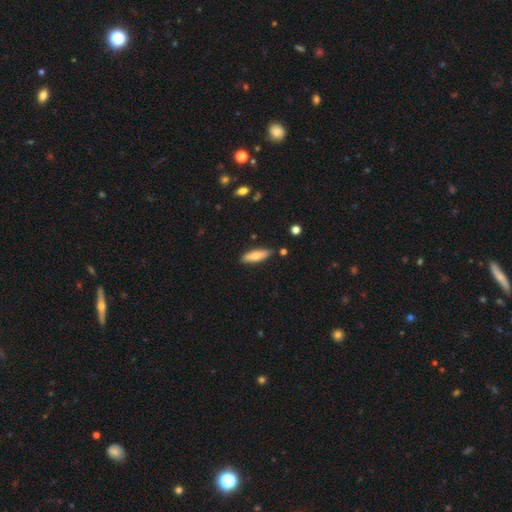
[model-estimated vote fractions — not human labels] Smooth or featured: smooth — 71% (featured or disk — 23%)
How rounded: cigar-shaped — 54% (in between — 44%)
Merging: none — 84% (minor disturbance — 12%)